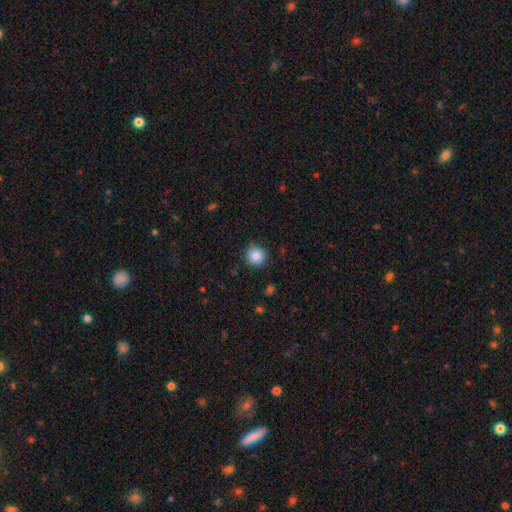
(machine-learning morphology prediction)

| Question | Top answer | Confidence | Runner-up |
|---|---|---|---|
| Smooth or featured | smooth | 85% | star or artifact (10%) |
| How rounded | round | 94% | in between (5%) |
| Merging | none | 85% | minor disturbance (11%) |